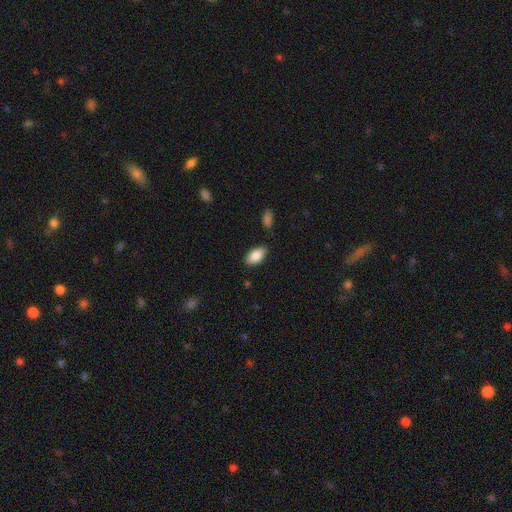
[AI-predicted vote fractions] Morphology: type=smooth (87%); roundness=in between (92%); merging=none (84%).